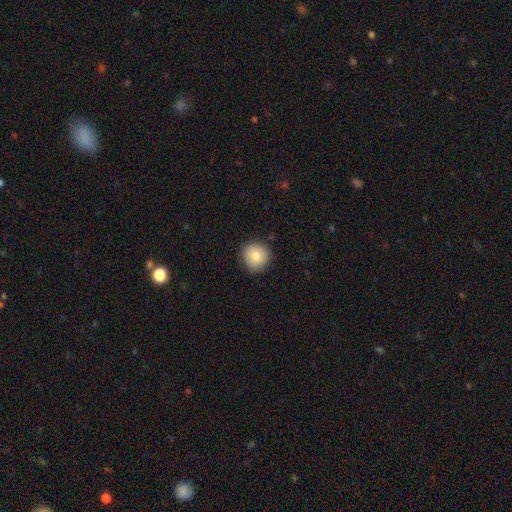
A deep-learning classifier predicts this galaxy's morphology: smooth 84%, featured or disk 8%, star or artifact 8%. Down the decision tree: how rounded — round (92%); merging — none (88%).